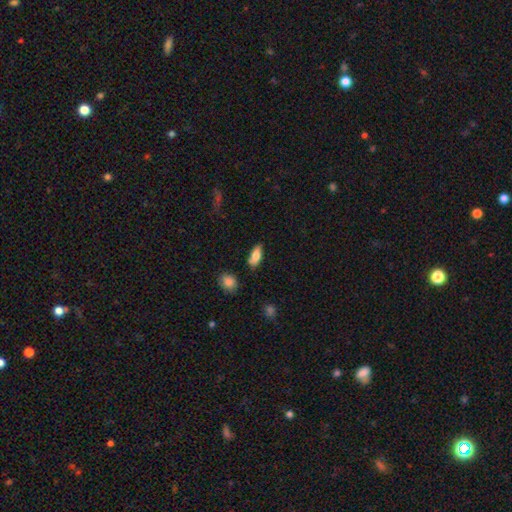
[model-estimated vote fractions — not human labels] This appears to be a smooth galaxy with no disk features (78%) that is in between round and cigar-shaped (79%). Merging: none (77%).